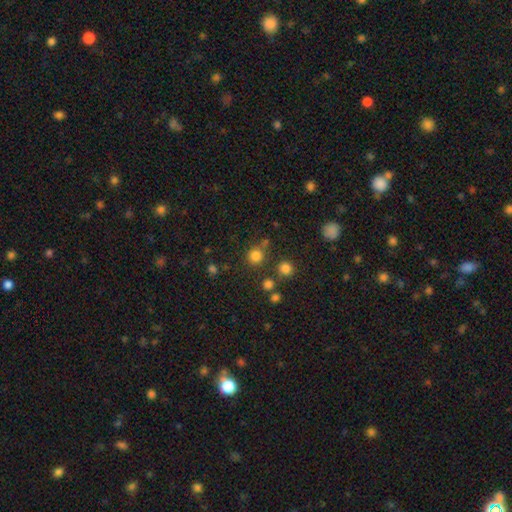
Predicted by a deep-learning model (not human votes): smooth_or_featured: smooth (p=0.79) [alt: star or artifact p=0.16]
how_rounded: round (p=0.91) [alt: in between p=0.08]
merging: none (p=0.73) [alt: merger p=0.12]